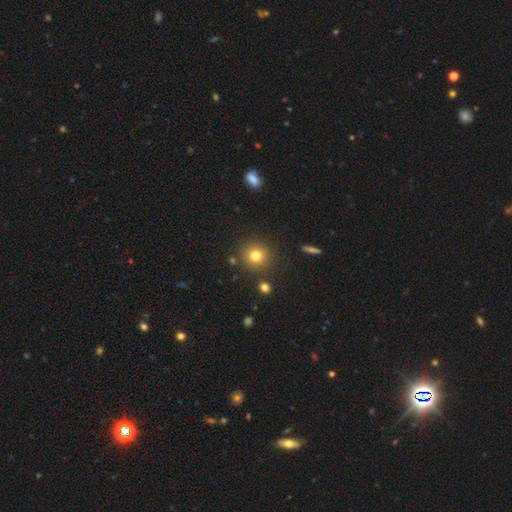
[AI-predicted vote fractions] Smooth or featured? smooth (78%)
How rounded? round (93%)
Merging? none (87%)